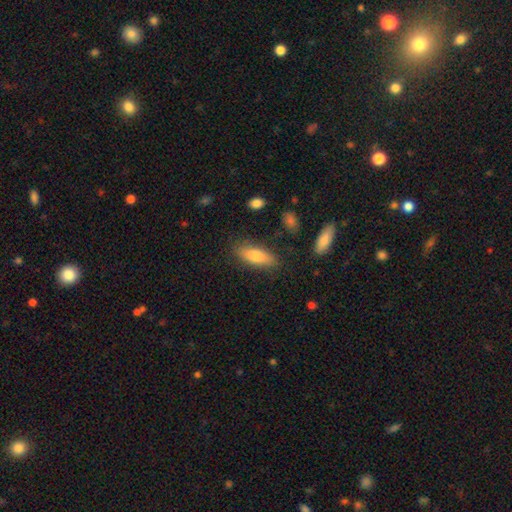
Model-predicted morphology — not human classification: Smooth or featured? smooth (78%)
How rounded? in between (63%)
Merging? none (81%)